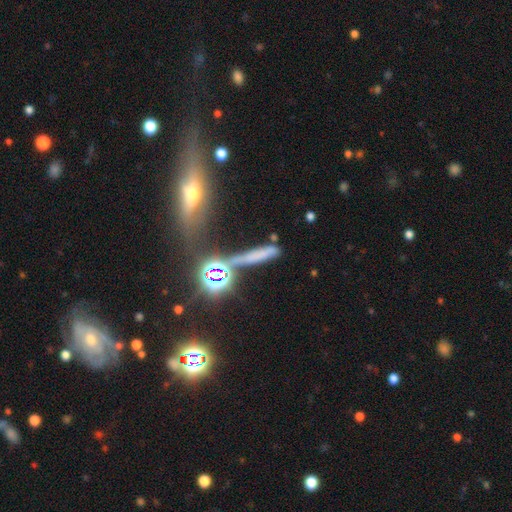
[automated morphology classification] smooth 44%, star or artifact 33%, featured or disk 23%. Down the decision tree: merging — none (65%).